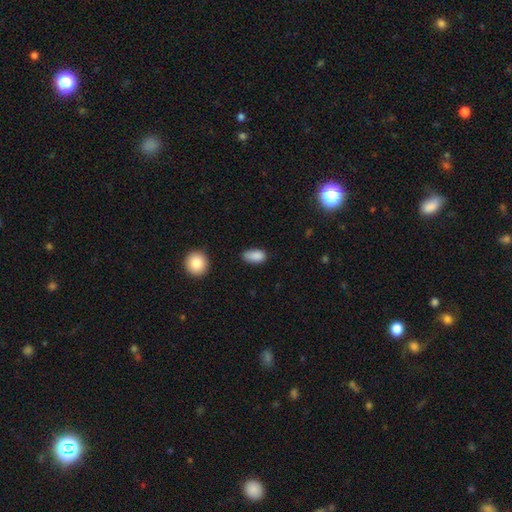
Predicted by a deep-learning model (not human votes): Morphology: type=smooth (86%); roundness=in between (90%); merging=none (63%).